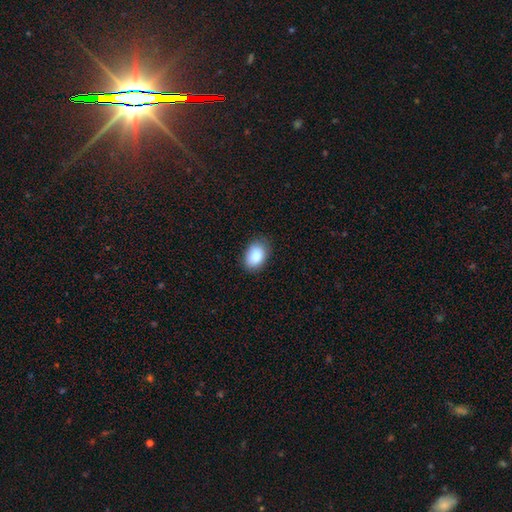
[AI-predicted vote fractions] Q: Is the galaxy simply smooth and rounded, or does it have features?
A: smooth — 88%.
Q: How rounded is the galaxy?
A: in between — 86%.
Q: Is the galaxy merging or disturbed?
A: none — 82%.